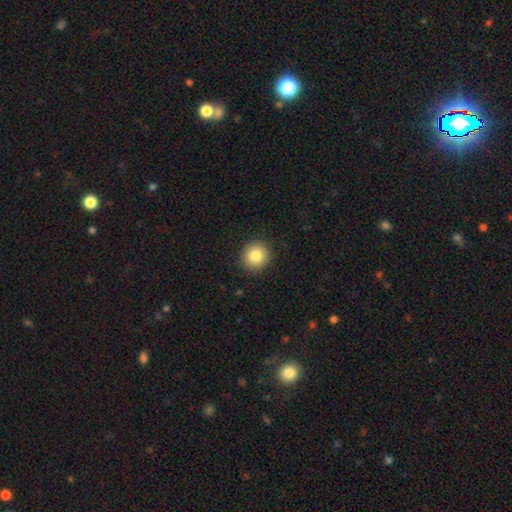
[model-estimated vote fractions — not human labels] Smooth or featured? Predicted: smooth (p=0.83). How rounded? Predicted: round (p=0.92). Merging? Predicted: none (p=0.91).